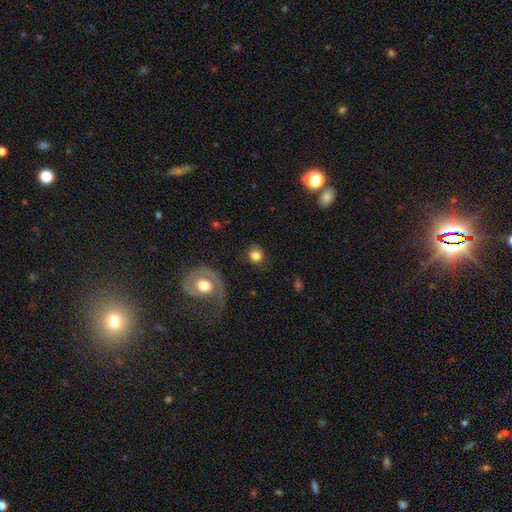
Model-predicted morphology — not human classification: Smooth or featured? Predicted: smooth (p=0.77). How rounded? Predicted: round (p=0.88). Merging? Predicted: none (p=0.83).